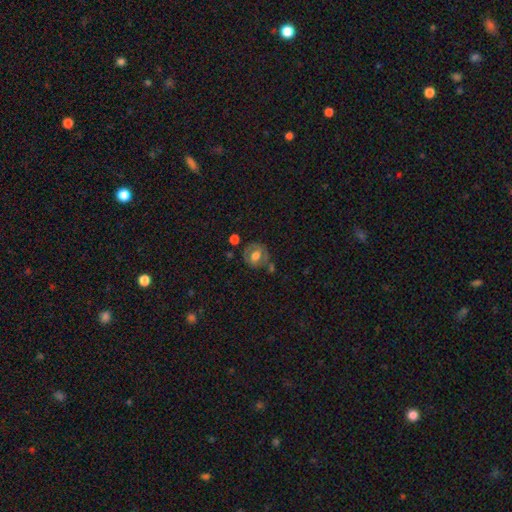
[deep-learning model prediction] This is possibly a smooth galaxy (53%). How rounded: likely round (72%). Merging: likely none (62%).